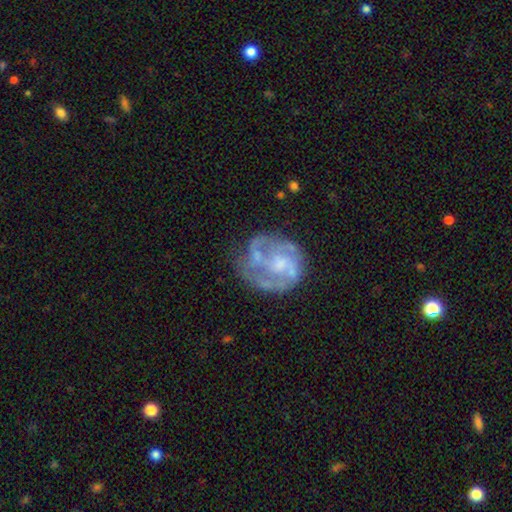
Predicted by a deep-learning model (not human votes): Smooth or featured?
  - featured or disk: 75% *
  - smooth: 17%
  - star or artifact: 8%
Edge-on disk?
  - no: 98% *
  - yes: 2%
Bar?
  - no: 65% *
  - weak: 29%
  - strong: 6%
Spiral arms?
  - yes: 71% *
  - no: 29%
Spiral winding?
  - medium: 41% *
  - tight: 40%
  - loose: 18%
Spiral arm count?
  - can't tell: 33% *
  - 2: 29%
  - 3: 23%
  - 1: 6%
  - 4: 6%
  - more than 4: 4%
Bulge size?
  - moderate: 38% *
  - small: 36%
  - none: 20%
  - large: 4%
  - dominant: 1%
Merging?
  - none: 58% *
  - minor disturbance: 21%
  - major disturbance: 17%
  - merger: 4%